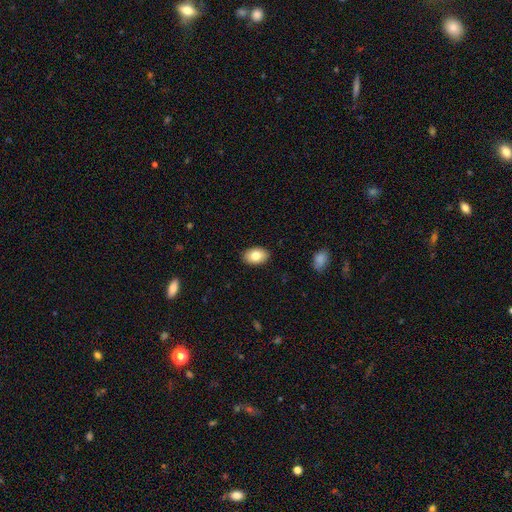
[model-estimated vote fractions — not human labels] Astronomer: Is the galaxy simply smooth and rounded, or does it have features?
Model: smooth — 82%.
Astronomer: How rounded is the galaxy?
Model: in between — 89%.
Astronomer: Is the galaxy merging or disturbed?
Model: none — 89%.